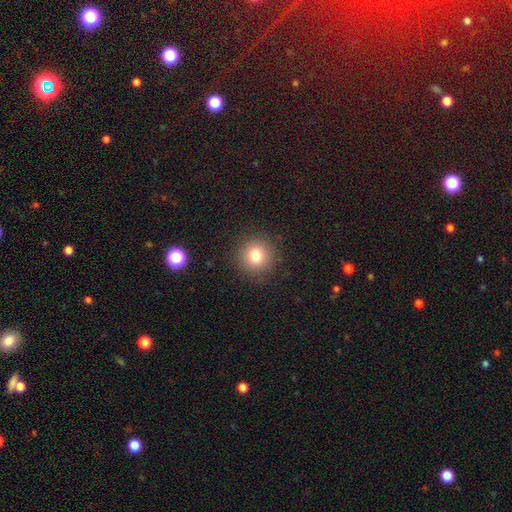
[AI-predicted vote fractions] This is likely a smooth galaxy (79%). How rounded: clearly round (93%). Merging: clearly none (90%).